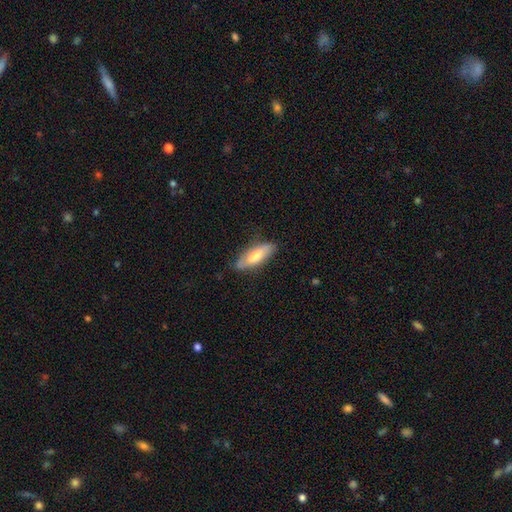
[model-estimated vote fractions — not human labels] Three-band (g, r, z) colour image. It shows a smooth galaxy with no disk features (64%) that is in between round and cigar-shaped (64%). Merging: none (78%).